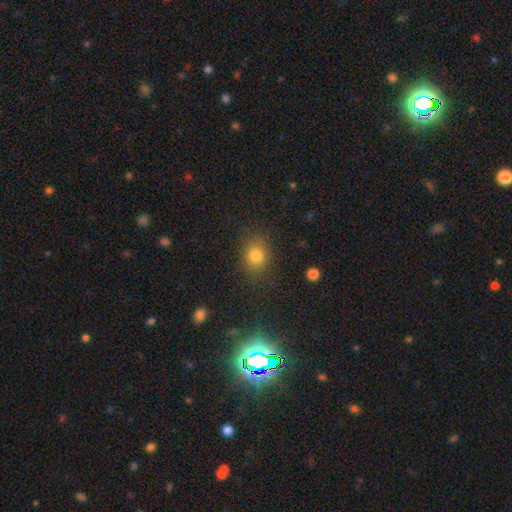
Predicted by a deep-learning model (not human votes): Morphology: type=smooth (75%); roundness=round (52%); merging=none (84%).